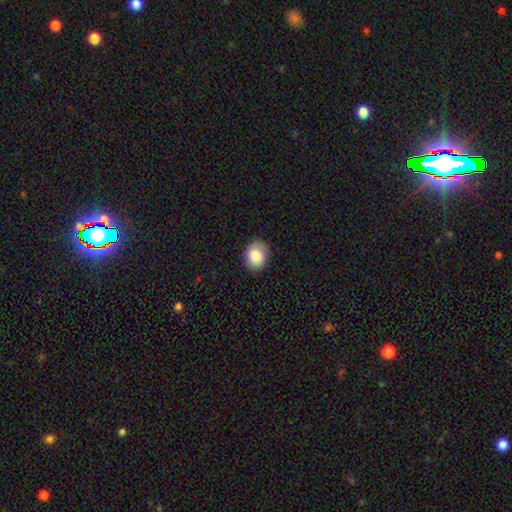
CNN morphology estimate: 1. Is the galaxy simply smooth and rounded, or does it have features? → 86% smooth, 7% star or artifact, 6% featured or disk.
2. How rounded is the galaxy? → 51% in between, 48% round, 1% cigar-shaped.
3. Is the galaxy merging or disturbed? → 84% none, 12% minor disturbance, 3% major disturbance, 1% merger.